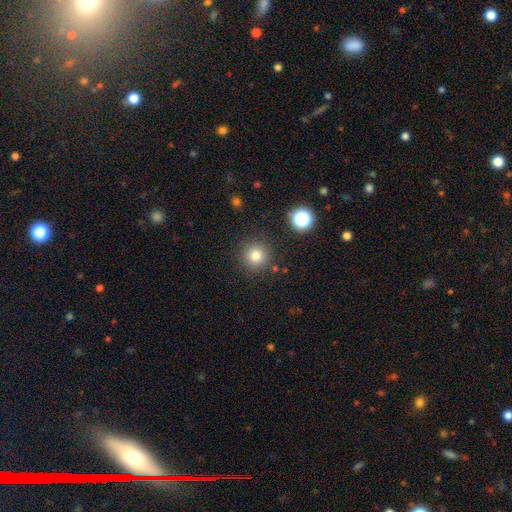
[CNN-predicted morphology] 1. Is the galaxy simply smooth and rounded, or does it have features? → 79% smooth, 14% star or artifact, 7% featured or disk.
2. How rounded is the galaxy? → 95% round, 4% in between, 1% cigar-shaped.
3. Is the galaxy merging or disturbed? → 88% none, 7% minor disturbance, 3% major disturbance, 2% merger.